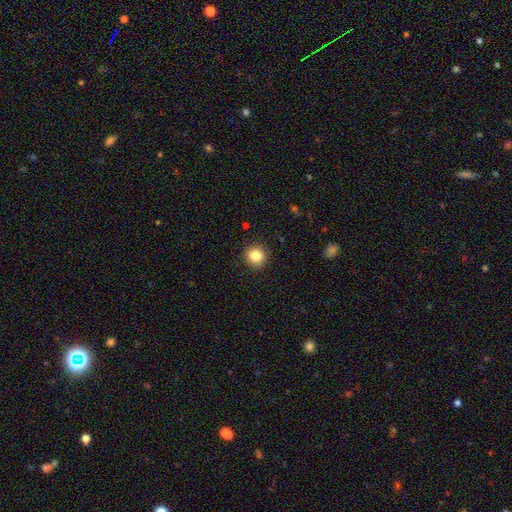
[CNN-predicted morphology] The model was most divided on "smooth or featured": smooth: 85%, star or artifact: 10%, featured or disk: 5%. More confident: how rounded — round (92%); merging — none (92%).